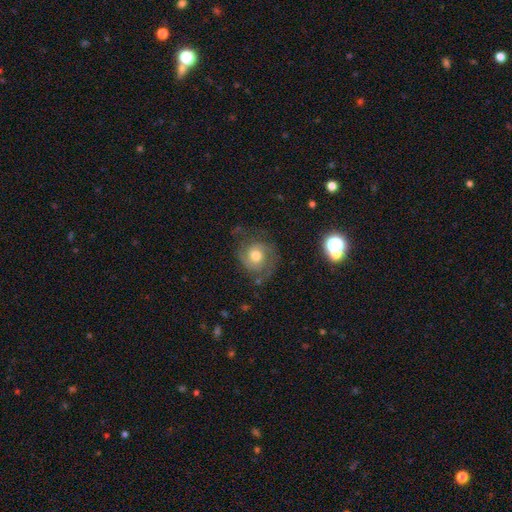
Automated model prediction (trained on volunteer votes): Smooth or featured?
  - featured or disk: 74% *
  - smooth: 18%
  - star or artifact: 8%
Edge-on disk?
  - no: 98% *
  - yes: 2%
Bar?
  - no: 73% *
  - weak: 23%
  - strong: 4%
Spiral arms?
  - yes: 93% *
  - no: 7%
Spiral winding?
  - medium: 44% *
  - tight: 41%
  - loose: 15%
Spiral arm count?
  - 2: 78% *
  - can't tell: 10%
  - 3: 5%
  - 1: 4%
  - 4: 2%
  - more than 4: 2%
Bulge size?
  - moderate: 71% *
  - large: 16%
  - small: 10%
  - dominant: 1%
  - none: 1%
Merging?
  - none: 68% *
  - minor disturbance: 19%
  - major disturbance: 11%
  - merger: 2%